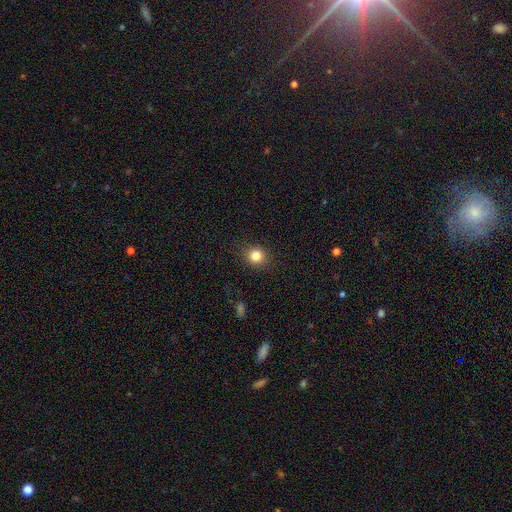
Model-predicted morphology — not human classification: Smooth or featured?
  - smooth: 82% *
  - star or artifact: 12%
  - featured or disk: 6%
How rounded?
  - round: 81% *
  - in between: 18%
  - cigar-shaped: 1%
Merging?
  - none: 88% *
  - minor disturbance: 8%
  - major disturbance: 3%
  - merger: 1%